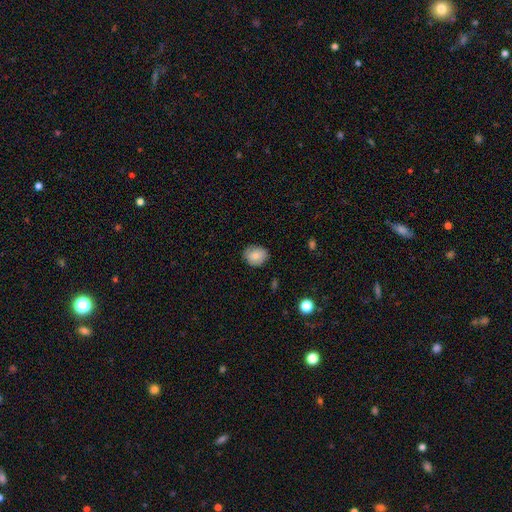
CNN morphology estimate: Smooth or featured? Predicted: smooth (p=0.82). How rounded? Predicted: round (p=0.61). Merging? Predicted: none (p=0.81).